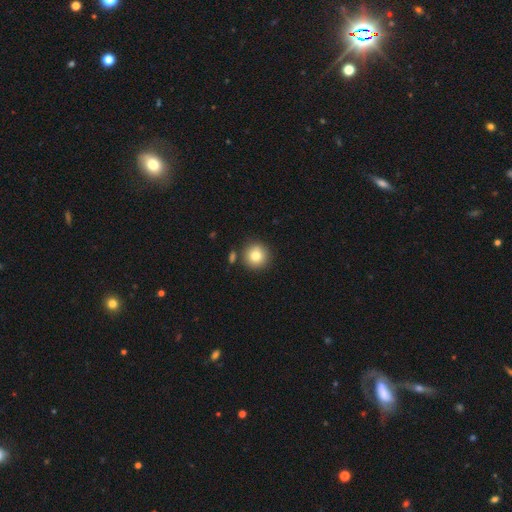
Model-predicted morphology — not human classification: Smooth or featured? Predicted: smooth (p=0.81). How rounded? Predicted: round (p=0.94). Merging? Predicted: none (p=0.82).